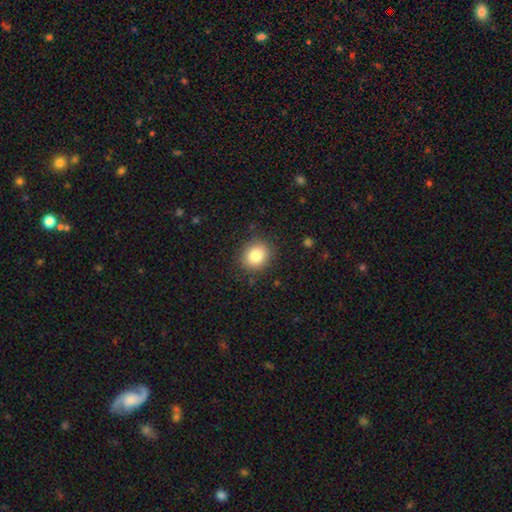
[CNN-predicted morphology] Smooth or featured? Predicted: smooth (p=0.83). How rounded? Predicted: round (p=0.73). Merging? Predicted: none (p=0.87).